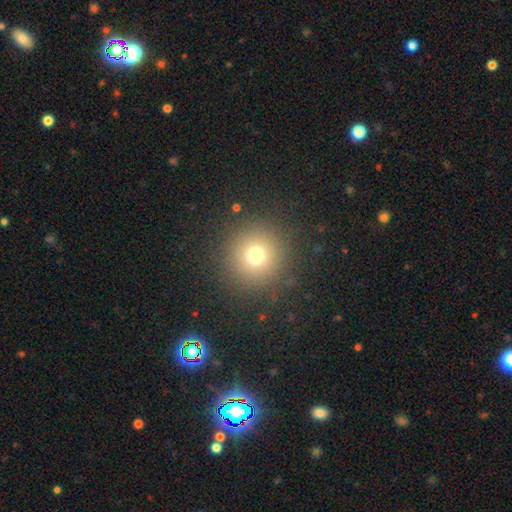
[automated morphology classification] Smooth or featured? smooth (71%)
How rounded? round (95%)
Merging? none (88%)